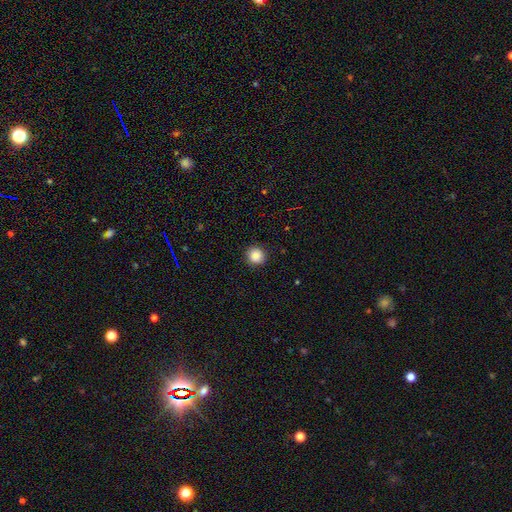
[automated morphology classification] A smooth galaxy with no disk features (86%) that is round (92%). Merging: none (89%).